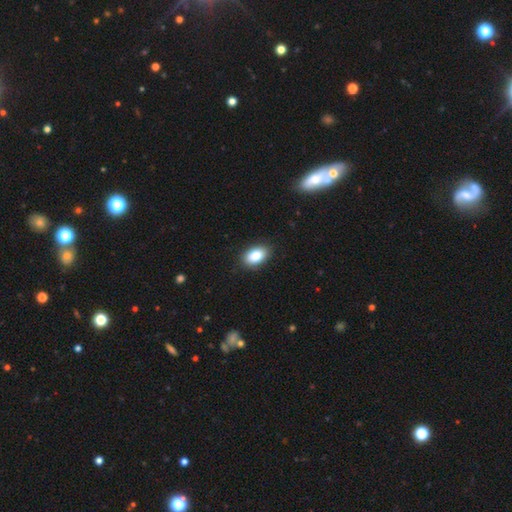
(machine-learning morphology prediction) A smooth galaxy with no disk features (84%) that is in between round and cigar-shaped (88%).

Vote fractions:
- Smooth or featured? smooth: 84% / star or artifact: 8% / featured or disk: 8%
- How rounded? in between: 88% / round: 10% / cigar-shaped: 1%
- Merging? none: 89% / minor disturbance: 8% / major disturbance: 2% / merger: 1%